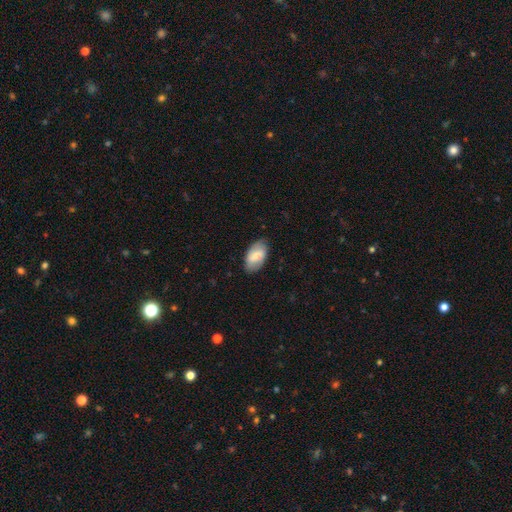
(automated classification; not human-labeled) Smooth or featured?
  - smooth: 70% *
  - featured or disk: 23%
  - star or artifact: 7%
How rounded?
  - in between: 94% *
  - round: 4%
  - cigar-shaped: 2%
Merging?
  - none: 79% *
  - minor disturbance: 16%
  - major disturbance: 4%
  - merger: 1%